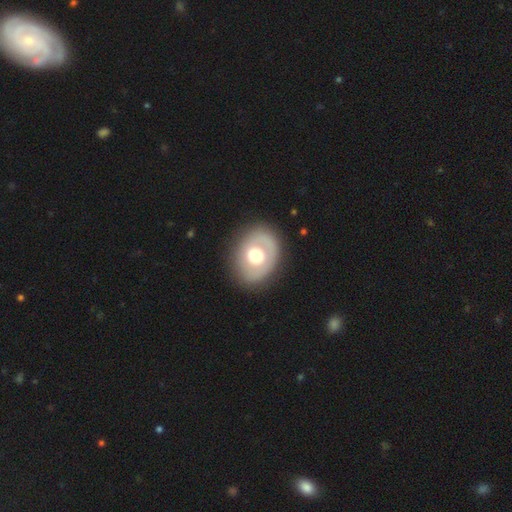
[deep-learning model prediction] Smooth or featured? smooth (54%)
How rounded? in between (50%)
Merging? none (80%)